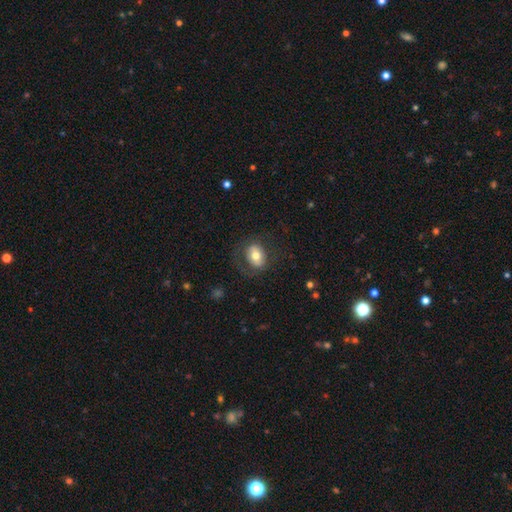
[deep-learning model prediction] smooth-or-featured: smooth: 65% | featured or disk: 27% | star or artifact: 8%
  how-rounded: in between: 71% | round: 28% | cigar-shaped: 1%
  merging: none: 68% | minor disturbance: 17% | major disturbance: 14% | merger: 1%